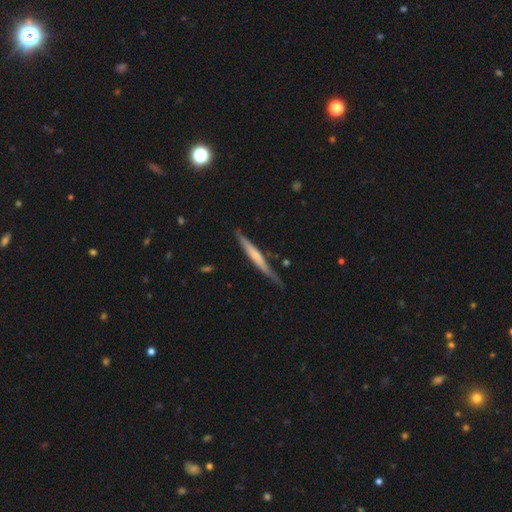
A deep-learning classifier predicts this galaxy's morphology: This appears to be a featured or disk galaxy (54%) viewed edge-on (95%) with no central bulge (49%). Merging: none (73%).